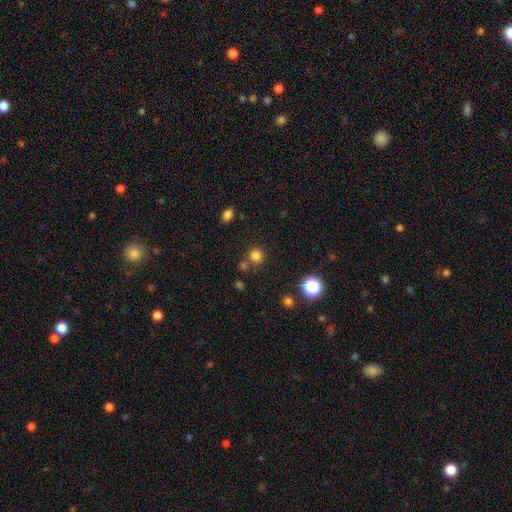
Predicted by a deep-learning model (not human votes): This appears to be a smooth galaxy with no disk features (80%) that is round (91%). Merging: none (75%).